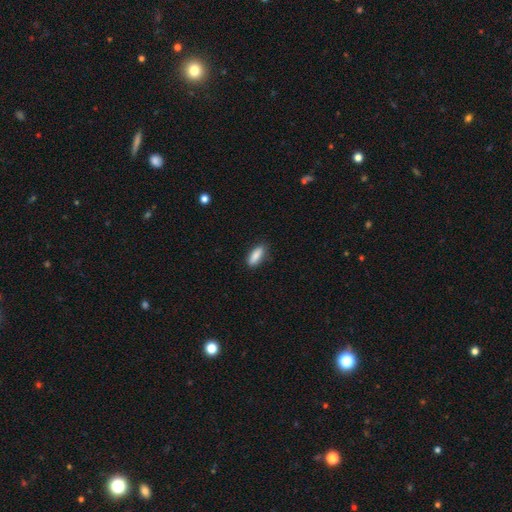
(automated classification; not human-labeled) smooth 86%, featured or disk 7%, star or artifact 7%. Down the decision tree: how rounded — in between (66%); merging — none (83%).